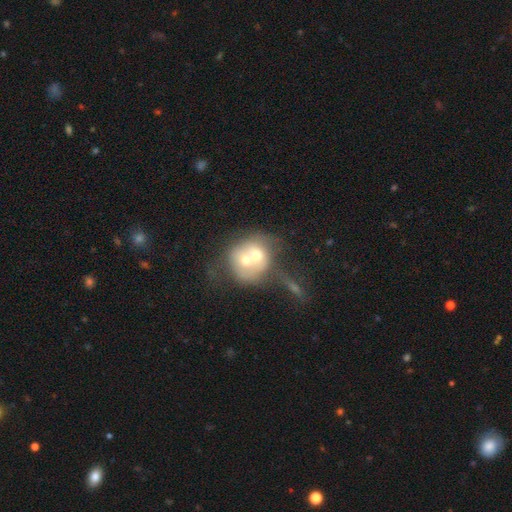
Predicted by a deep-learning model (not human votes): smooth_or_featured: smooth (p=0.53) [alt: featured or disk p=0.38]
how_rounded: round (p=0.73) [alt: in between p=0.26]
merging: merger (p=0.73) [alt: none p=0.15]